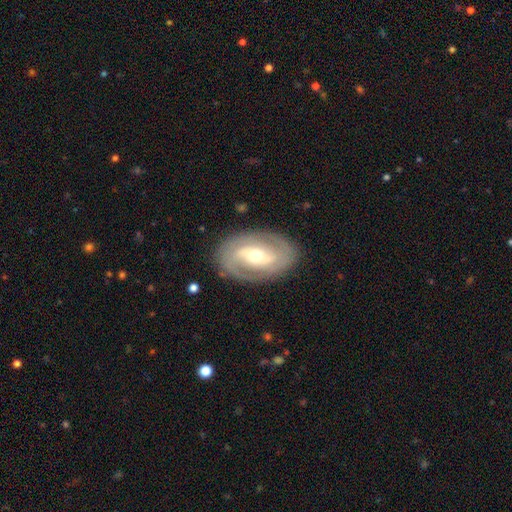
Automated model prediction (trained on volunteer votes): Q: Smooth or featured?
A: featured or disk (79%); runner-up: smooth (16%)
Q: Edge-on disk?
A: no (94%); runner-up: yes (6%)
Q: Bar?
A: weak (38%); runner-up: strong (33%)
Q: Spiral arms?
A: yes (82%); runner-up: no (18%)
Q: Spiral winding?
A: tight (44%); runner-up: medium (40%)
Q: Spiral arm count?
A: 2 (78%); runner-up: can't tell (13%)
Q: Bulge size?
A: moderate (60%); runner-up: small (34%)
Q: Merging?
A: none (84%); runner-up: minor disturbance (11%)